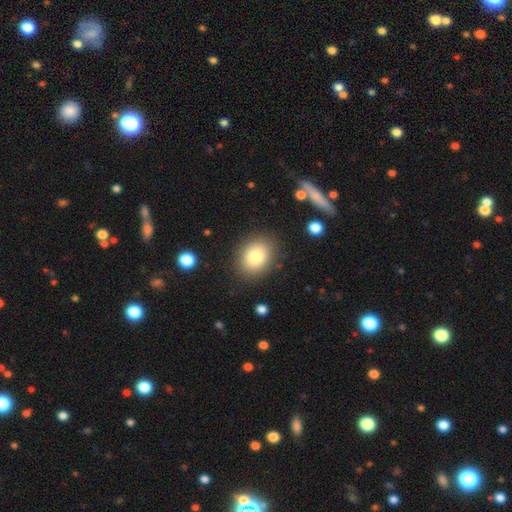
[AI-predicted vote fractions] smooth 80%, star or artifact 10%, featured or disk 10%. Down the decision tree: how rounded — in between (56%); merging — none (86%).